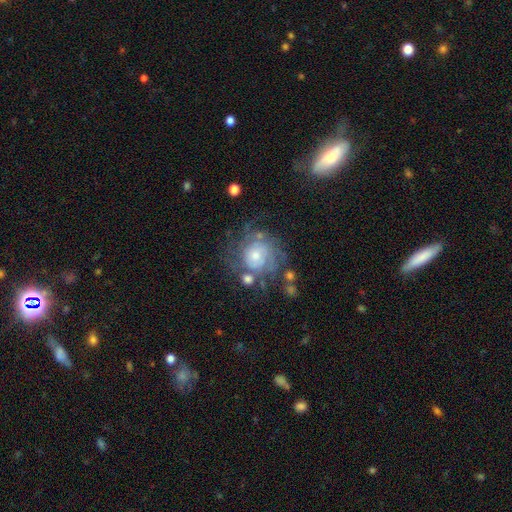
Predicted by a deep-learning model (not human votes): Smooth or featured: featured or disk — 70% (smooth — 19%)
Edge-on disk: no — 97% (yes — 3%)
Bar: no — 80% (weak — 17%)
Spiral arms: yes — 84% (no — 16%)
Spiral winding: tight — 61% (medium — 28%)
Spiral arm count: can't tell — 49% (3 — 14%)
Bulge size: small — 47% (moderate — 42%)
Merging: none — 60% (minor disturbance — 17%)